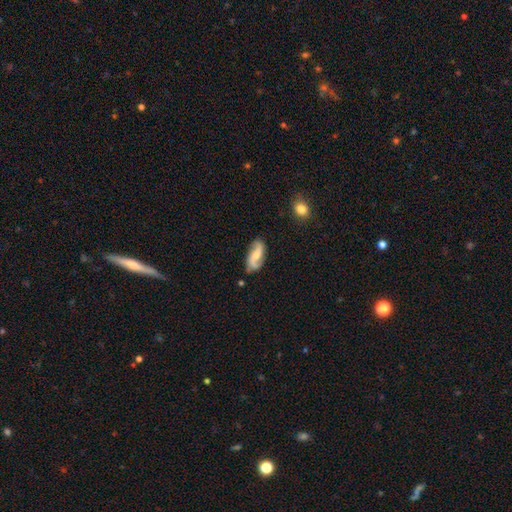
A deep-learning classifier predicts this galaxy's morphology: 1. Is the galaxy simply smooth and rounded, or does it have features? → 70% featured or disk, 23% smooth, 6% star or artifact.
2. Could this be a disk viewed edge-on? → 95% no, 5% yes.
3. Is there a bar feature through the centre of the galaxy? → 46% no, 38% weak, 15% strong.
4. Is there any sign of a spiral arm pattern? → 94% yes, 6% no.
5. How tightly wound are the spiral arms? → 61% loose, 29% medium, 10% tight.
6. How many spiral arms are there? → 90% 2, 4% can't tell, 2% 1, 2% 3, 1% 4, 1% more than 4.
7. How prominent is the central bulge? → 43% moderate, 41% small, 9% none, 5% large, 1% dominant.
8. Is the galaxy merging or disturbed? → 76% none, 17% minor disturbance, 5% major disturbance, 3% merger.